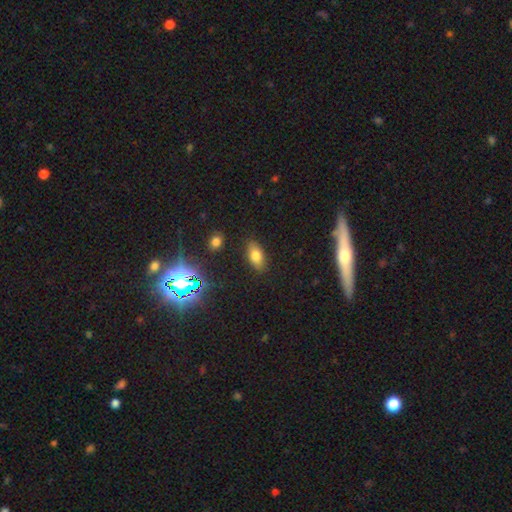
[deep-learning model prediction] Overall: smooth (74%). How rounded: in between (87%). Merging: none (86%).